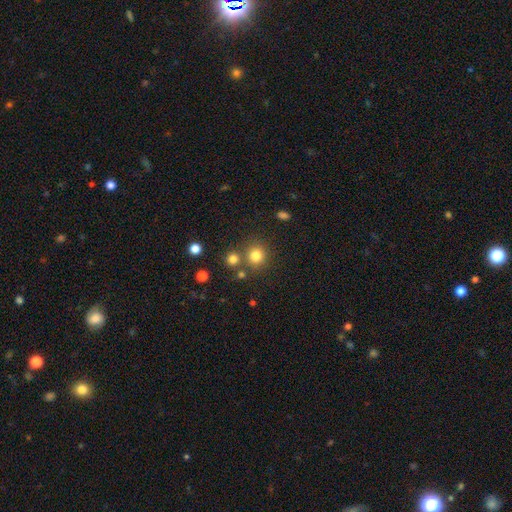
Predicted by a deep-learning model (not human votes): The model was most divided on "merging": none: 75%, merger: 13%, minor disturbance: 8%, major disturbance: 3%. More confident: how rounded — round (90%); smooth or featured — smooth (80%).